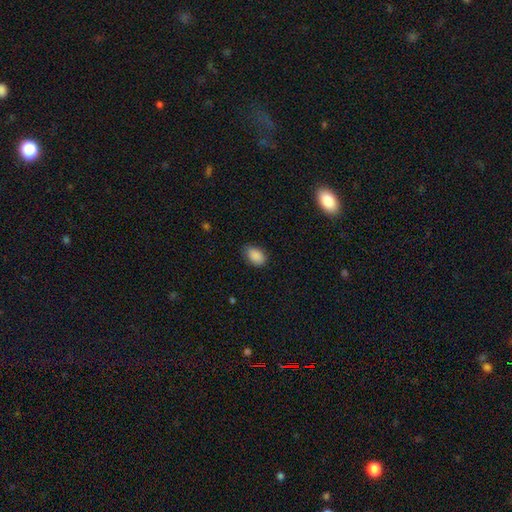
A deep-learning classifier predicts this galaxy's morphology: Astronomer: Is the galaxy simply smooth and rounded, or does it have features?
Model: smooth — 89%.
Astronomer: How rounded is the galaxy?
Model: in between — 87%.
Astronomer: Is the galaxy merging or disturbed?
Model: none — 76%.